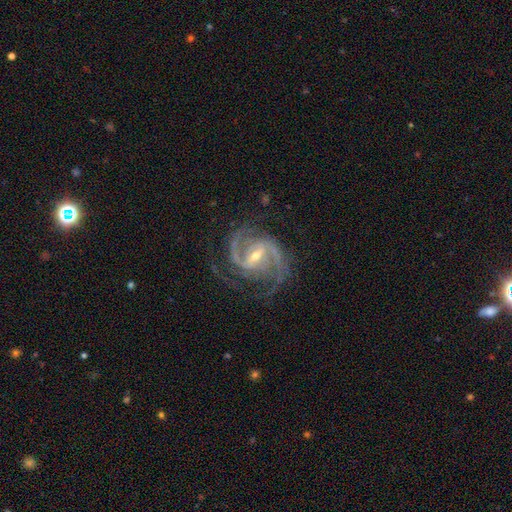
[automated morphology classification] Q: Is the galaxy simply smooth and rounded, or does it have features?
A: featured or disk — 93%.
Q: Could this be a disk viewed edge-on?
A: no — 98%.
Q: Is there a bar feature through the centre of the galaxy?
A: strong — 53%.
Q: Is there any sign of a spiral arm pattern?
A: yes — 98%.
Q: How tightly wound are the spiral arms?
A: medium — 59%.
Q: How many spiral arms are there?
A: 2 — 60%.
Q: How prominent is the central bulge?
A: small — 57%.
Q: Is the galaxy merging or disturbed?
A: none — 72%.